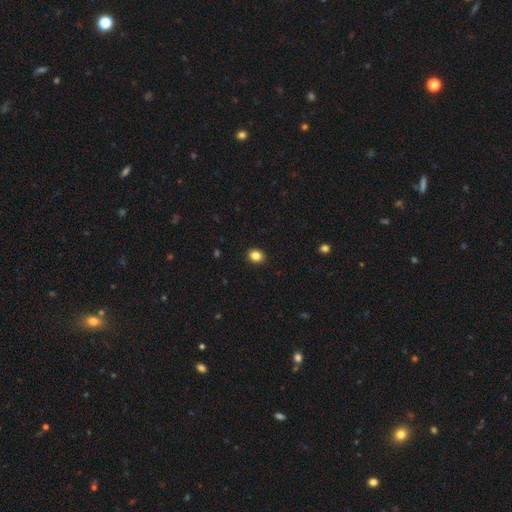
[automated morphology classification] A smooth galaxy with no disk features (84%) that is round (62%).

Vote fractions:
- Smooth or featured? smooth: 84% / star or artifact: 11% / featured or disk: 5%
- How rounded? round: 62% / in between: 37% / cigar-shaped: 1%
- Merging? none: 91% / minor disturbance: 6% / major disturbance: 2% / merger: 1%